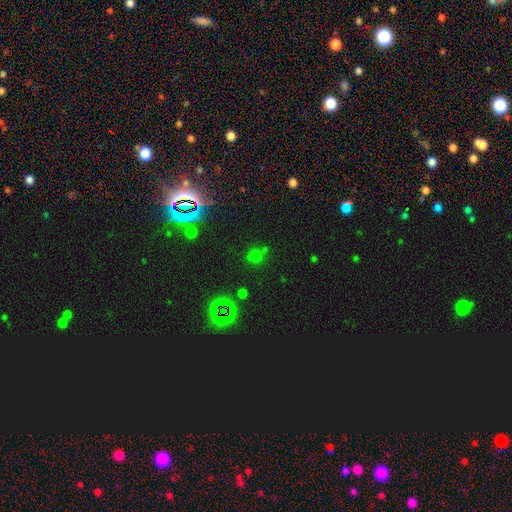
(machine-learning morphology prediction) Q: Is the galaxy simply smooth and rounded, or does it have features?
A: smooth — 50%.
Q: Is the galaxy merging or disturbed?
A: none — 75%.